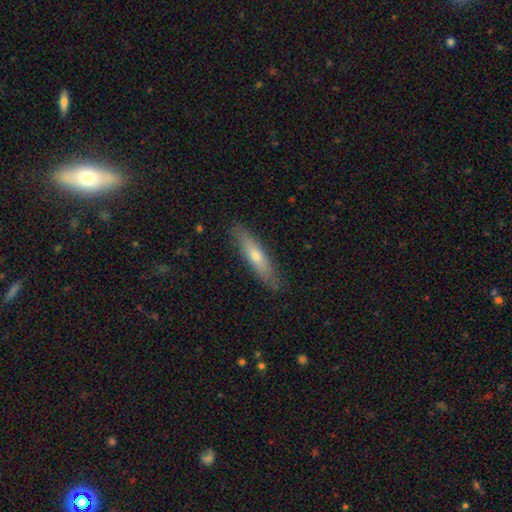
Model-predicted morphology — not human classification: smooth 57%, featured or disk 36%, star or artifact 6%. Down the decision tree: how rounded — cigar-shaped (82%); merging — none (85%).